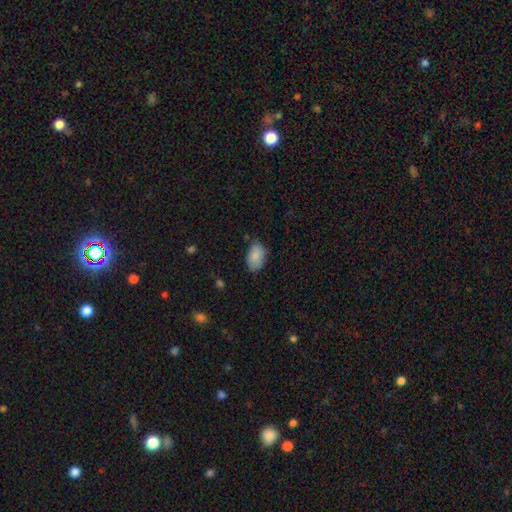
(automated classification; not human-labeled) smooth-or-featured: smooth: 86% | star or artifact: 7% | featured or disk: 7%
  how-rounded: in between: 90% | round: 9% | cigar-shaped: 1%
  merging: none: 68% | minor disturbance: 25% | major disturbance: 5% | merger: 2%